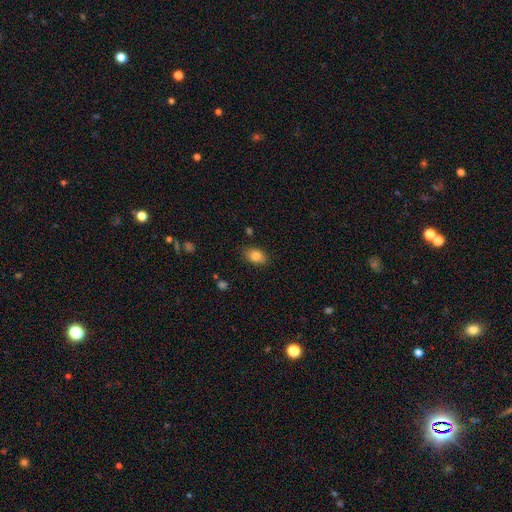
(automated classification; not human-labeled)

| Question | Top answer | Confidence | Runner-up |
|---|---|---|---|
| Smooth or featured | smooth | 85% | star or artifact (8%) |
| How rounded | in between | 85% | round (13%) |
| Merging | none | 82% | minor disturbance (13%) |